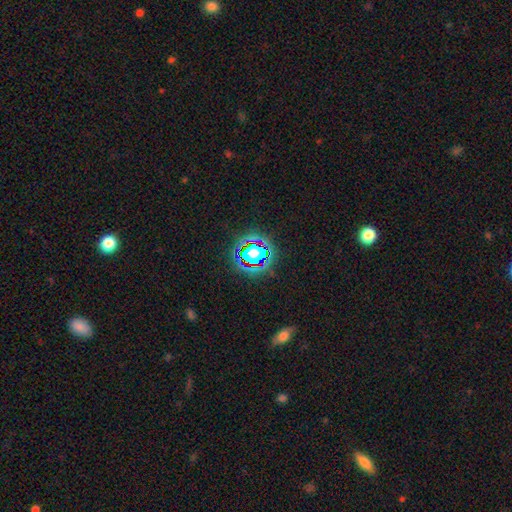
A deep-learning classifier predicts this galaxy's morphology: smooth_or_featured: star or artifact (p=0.53) [alt: smooth p=0.33]